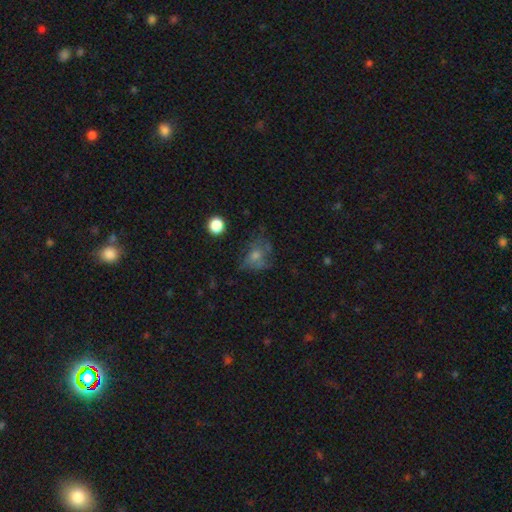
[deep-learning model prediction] Smooth or featured?
  - smooth: 50% *
  - featured or disk: 30%
  - star or artifact: 19%
How rounded?
  - round: 49% * (tied)
  - in between: 49% * (tied)
  - cigar-shaped: 2%
Merging?
  - none: 47% *
  - major disturbance: 26%
  - minor disturbance: 24%
  - merger: 3%